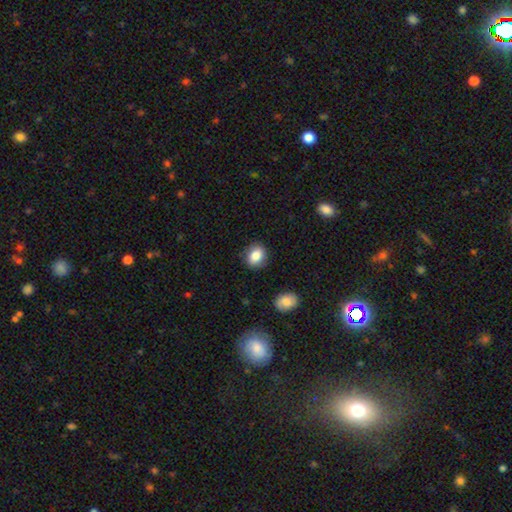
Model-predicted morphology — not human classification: smooth 85%, star or artifact 8%, featured or disk 7%. Down the decision tree: how rounded — round (54%); merging — none (85%).